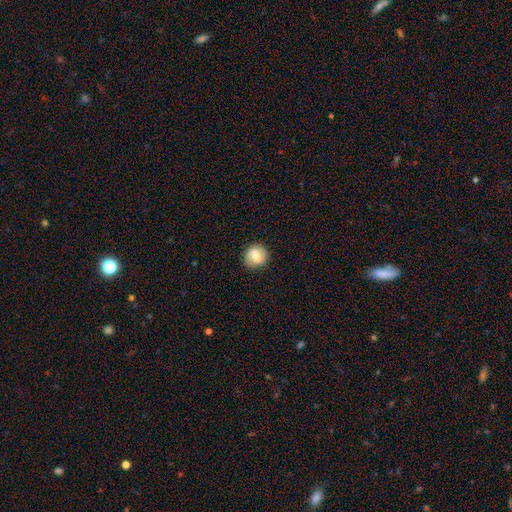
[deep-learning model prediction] featured or disk 52%, smooth 41%, star or artifact 7%. Down the decision tree: edge-on disk — no (97%); bar — weak (51%); spiral arms — yes (84%); bulge size — moderate (58%); merging — none (86%).